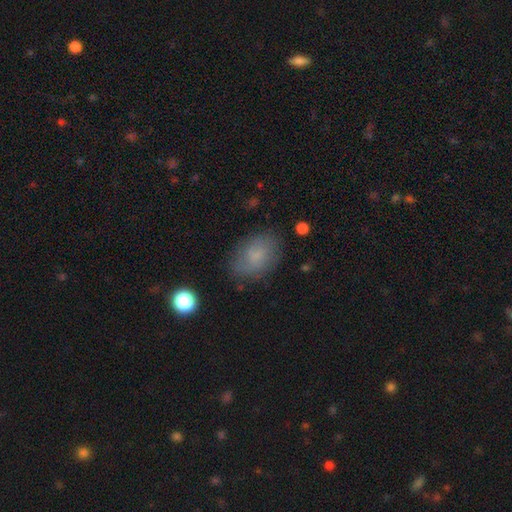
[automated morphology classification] The model was most divided on "smooth or featured": smooth: 72%, featured or disk: 18%, star or artifact: 10%. More confident: how rounded — in between (85%); merging — none (75%).